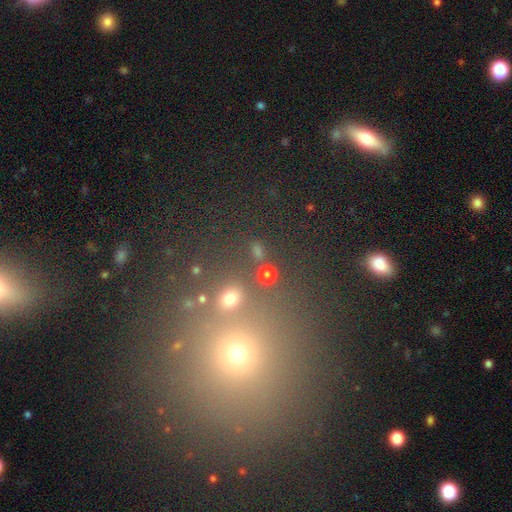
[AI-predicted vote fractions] smooth_or_featured: smooth (p=0.46) [alt: star or artifact p=0.43]
merging: none (p=0.80) [alt: merger p=0.09]